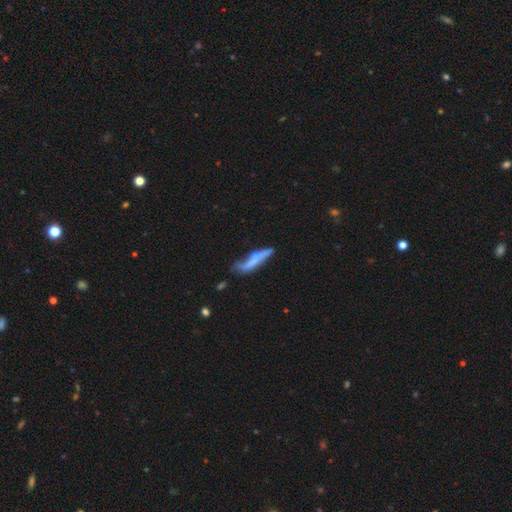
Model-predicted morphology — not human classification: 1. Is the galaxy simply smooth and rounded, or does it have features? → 55% featured or disk, 38% smooth, 8% star or artifact.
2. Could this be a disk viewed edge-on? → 61% yes, 39% no.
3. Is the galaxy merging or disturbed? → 39% none, 26% minor disturbance, 19% major disturbance, 15% merger.